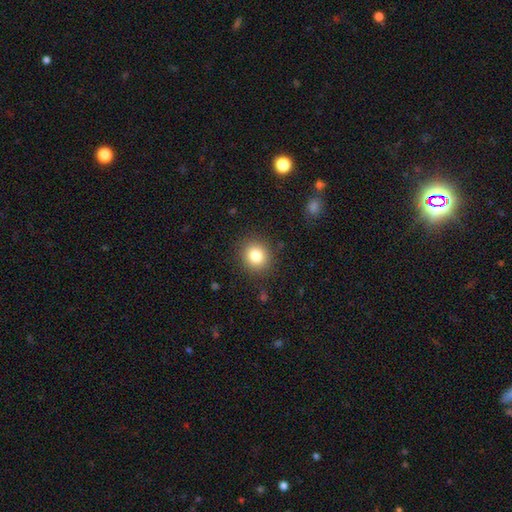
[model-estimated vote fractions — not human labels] Q: Smooth or featured?
A: smooth (81%); runner-up: star or artifact (11%)
Q: How rounded?
A: round (84%); runner-up: in between (15%)
Q: Merging?
A: none (88%); runner-up: minor disturbance (8%)